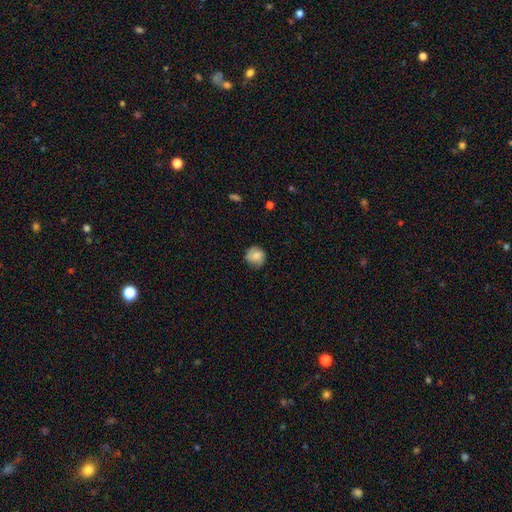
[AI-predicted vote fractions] smooth-or-featured: smooth: 81% | featured or disk: 11% | star or artifact: 8%
  how-rounded: round: 87% | in between: 12% | cigar-shaped: 1%
  merging: none: 75% | minor disturbance: 19% | major disturbance: 4% | merger: 1%